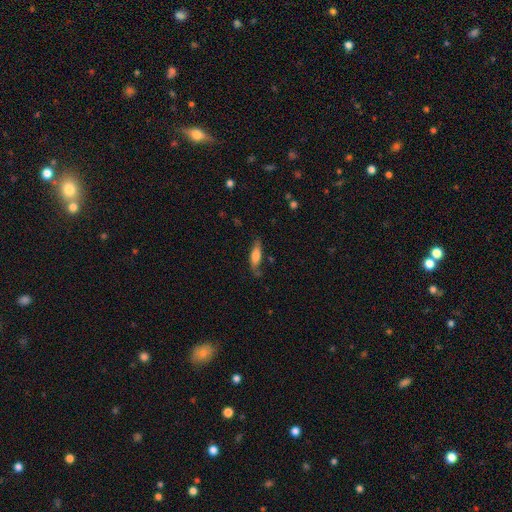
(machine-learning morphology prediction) Smooth or featured?
  - smooth: 63% *
  - featured or disk: 30%
  - star or artifact: 7%
How rounded?
  - cigar-shaped: 50% *
  - in between: 47%
  - round: 2%
Merging?
  - none: 63% *
  - minor disturbance: 26%
  - major disturbance: 8%
  - merger: 3%